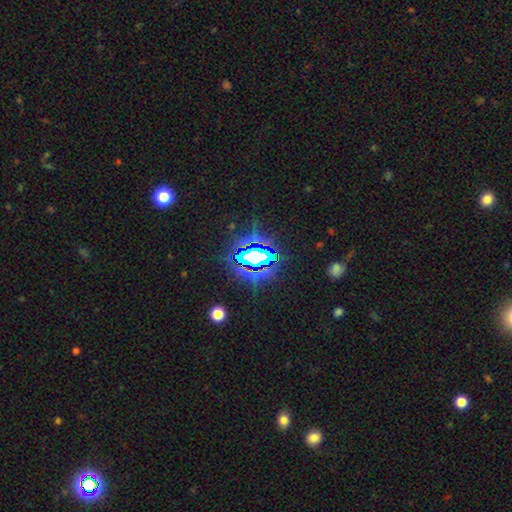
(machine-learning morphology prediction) Overall: star or artifact (77%).